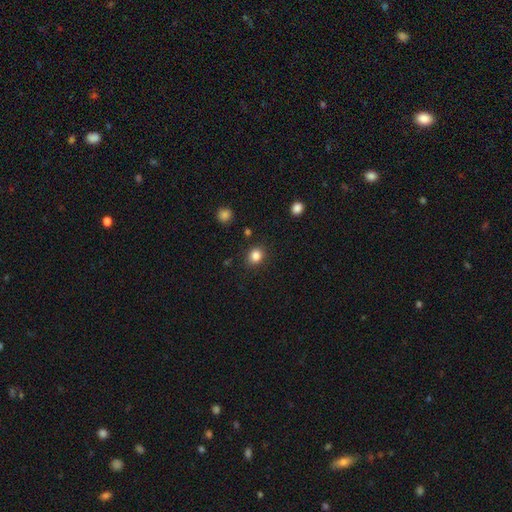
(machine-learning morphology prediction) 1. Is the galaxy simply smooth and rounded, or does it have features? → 84% smooth, 11% star or artifact, 5% featured or disk.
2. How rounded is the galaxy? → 69% round, 31% in between, 1% cigar-shaped.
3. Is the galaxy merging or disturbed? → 87% none, 9% minor disturbance, 3% major disturbance, 2% merger.